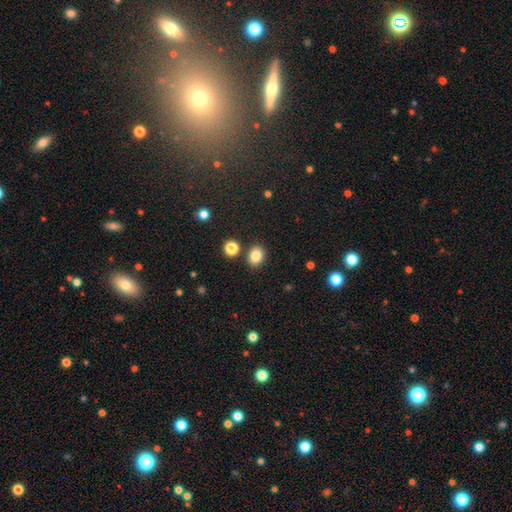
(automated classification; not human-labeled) A smooth galaxy with no disk features (84%) that is in between round and cigar-shaped (52%). Merging: none (84%).